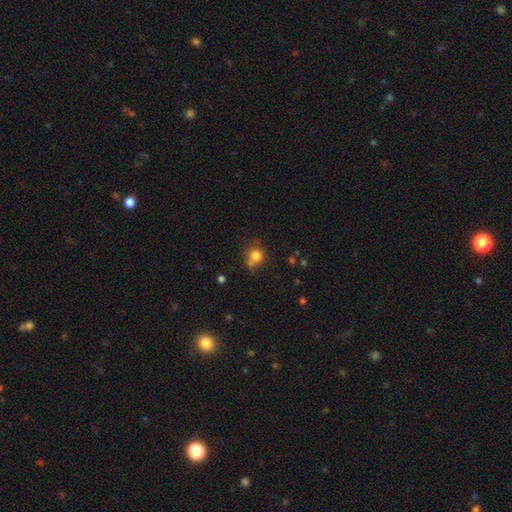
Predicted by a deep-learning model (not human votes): Smooth or featured?
  - smooth: 79% *
  - star or artifact: 12%
  - featured or disk: 9%
How rounded?
  - round: 83% *
  - in between: 16%
  - cigar-shaped: 1%
Merging?
  - none: 60% *
  - merger: 17%
  - minor disturbance: 17%
  - major disturbance: 6%